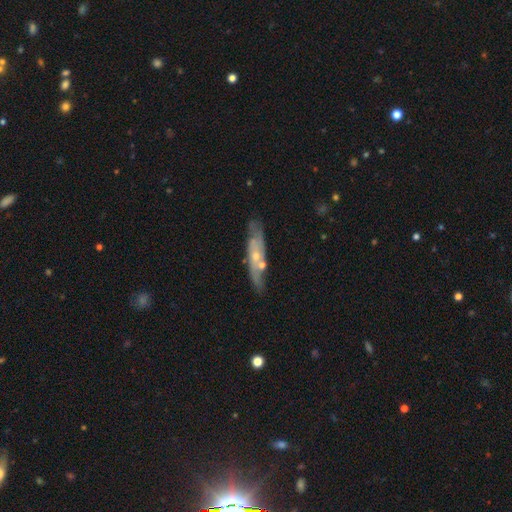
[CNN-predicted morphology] Smooth or featured?
  - featured or disk: 63% *
  - smooth: 31%
  - star or artifact: 6%
Edge-on disk?
  - no: 61% *
  - yes: 39%
Merging?
  - none: 67% *
  - minor disturbance: 19%
  - merger: 10%
  - major disturbance: 5%